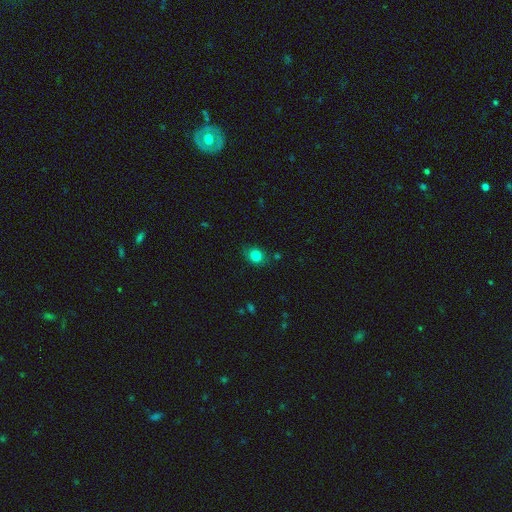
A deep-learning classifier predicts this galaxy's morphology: This is clearly a smooth galaxy (83%). How rounded: possibly round (55%). Merging: clearly none (80%).